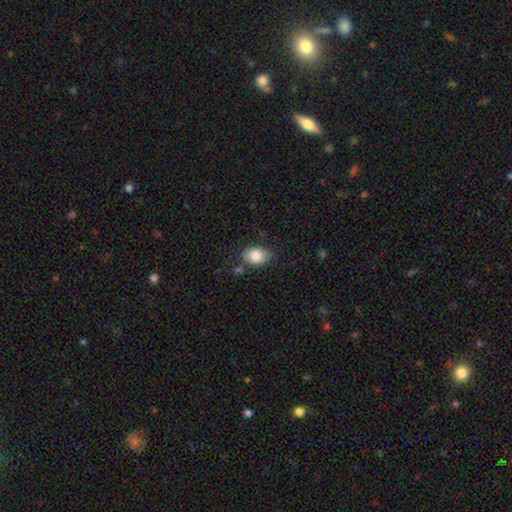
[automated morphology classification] A smooth galaxy with no disk features (85%) that is in between round and cigar-shaped (80%). Merging: none (72%).